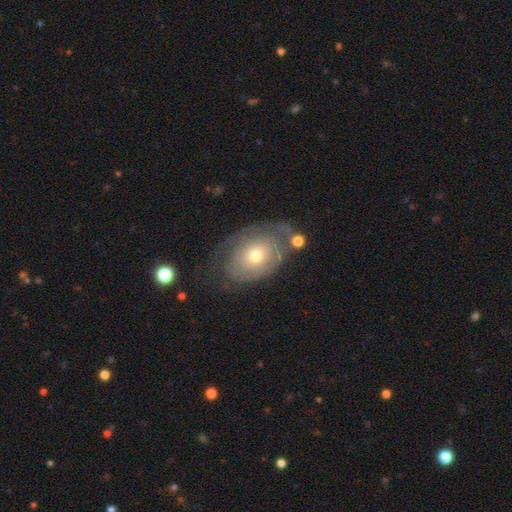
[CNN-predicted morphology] smooth_or_featured: featured or disk (p=0.64) [alt: smooth p=0.29]
disk_edge_on: no (p=0.94) [alt: yes p=0.06]
bar: no (p=0.87) [alt: weak p=0.11]
has_spiral_arms: yes (p=0.69) [alt: no p=0.31]
bulge_size: moderate (p=0.51) [alt: small p=0.42]
merging: none (p=0.53) [alt: minor disturbance p=0.23]